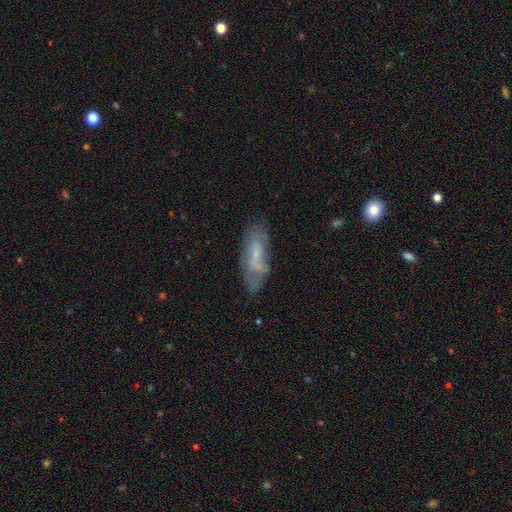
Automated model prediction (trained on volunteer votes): Overall: featured or disk (52%; smooth 40%). Edge-on disk: no (83%). Merging: none (60%; minor disturbance 26%).